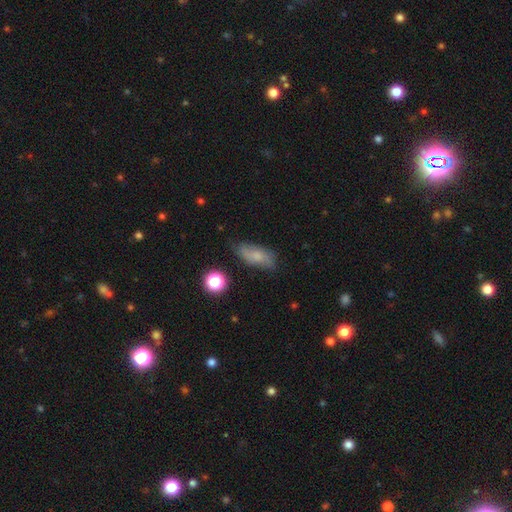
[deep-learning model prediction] Morphology: type=smooth (65%); roundness=in between (80%); merging=none (71%).